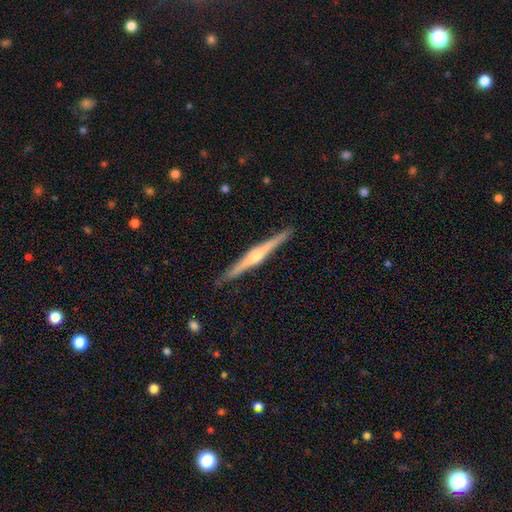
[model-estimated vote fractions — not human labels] Smooth or featured? featured or disk (81%)
Edge-on disk? yes (99%)
Edge-on bulge? rounded (86%)
Merging? none (91%)